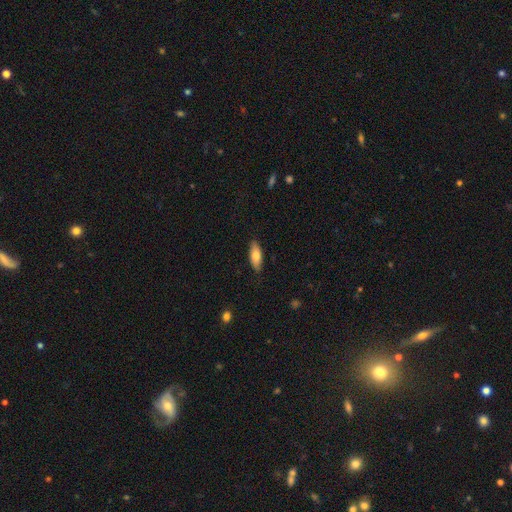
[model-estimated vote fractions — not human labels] smooth 73%, featured or disk 21%, star or artifact 6%. Down the decision tree: how rounded — in between (74%); merging — none (85%).